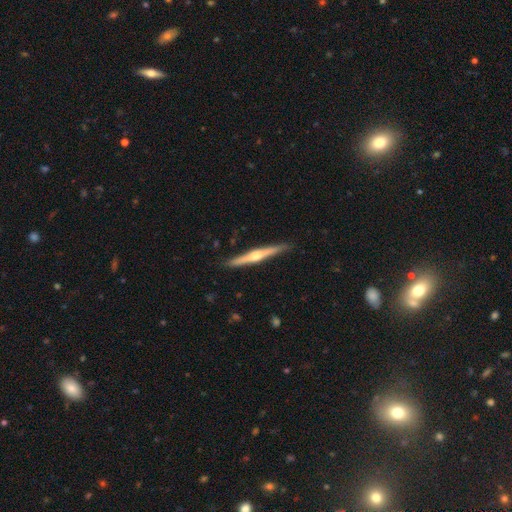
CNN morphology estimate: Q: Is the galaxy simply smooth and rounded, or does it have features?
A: featured or disk — 72%.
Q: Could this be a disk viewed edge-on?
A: yes — 98%.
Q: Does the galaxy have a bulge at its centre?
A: rounded — 89%.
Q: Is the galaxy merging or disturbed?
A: none — 89%.